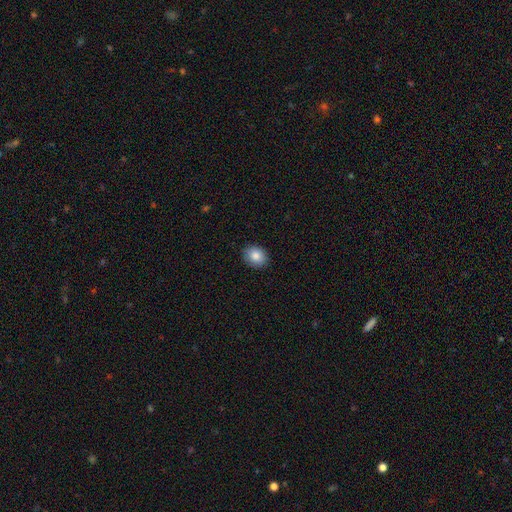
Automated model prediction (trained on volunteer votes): Q: Smooth or featured?
A: smooth (85%); runner-up: star or artifact (8%)
Q: How rounded?
A: in between (50%); runner-up: round (49%)
Q: Merging?
A: none (89%); runner-up: minor disturbance (8%)